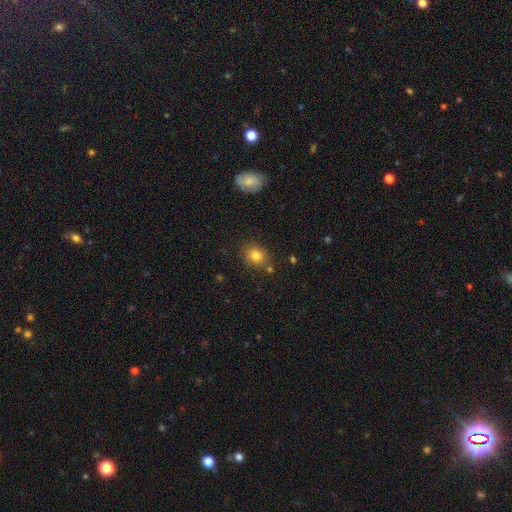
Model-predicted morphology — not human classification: Smooth or featured? smooth (81%)
How rounded? round (64%)
Merging? none (80%)